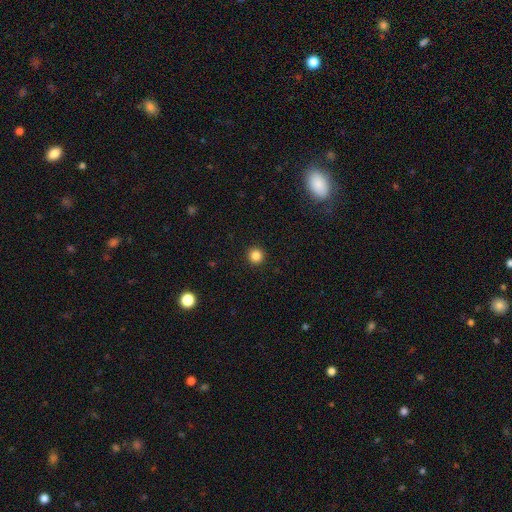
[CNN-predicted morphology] Smooth or featured? Predicted: smooth (p=0.85). How rounded? Predicted: round (p=0.96). Merging? Predicted: none (p=0.93).